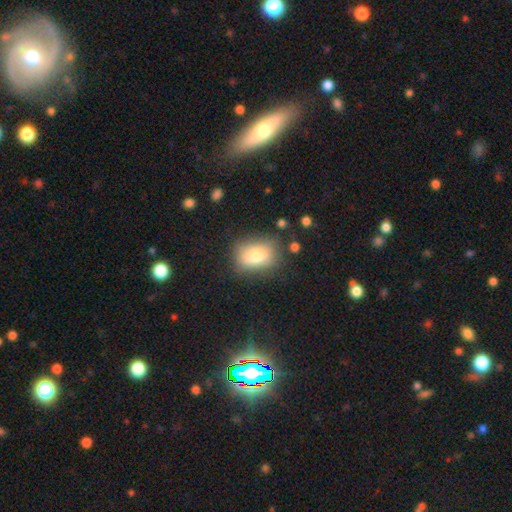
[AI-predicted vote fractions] Smooth or featured? smooth (76%)
How rounded? in between (72%)
Merging? none (73%)